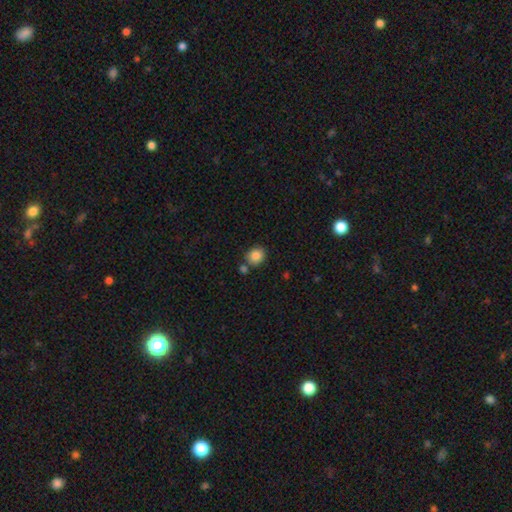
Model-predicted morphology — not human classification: Q: Smooth or featured?
A: smooth (87%); runner-up: star or artifact (9%)
Q: How rounded?
A: round (70%); runner-up: in between (29%)
Q: Merging?
A: none (74%); runner-up: merger (12%)